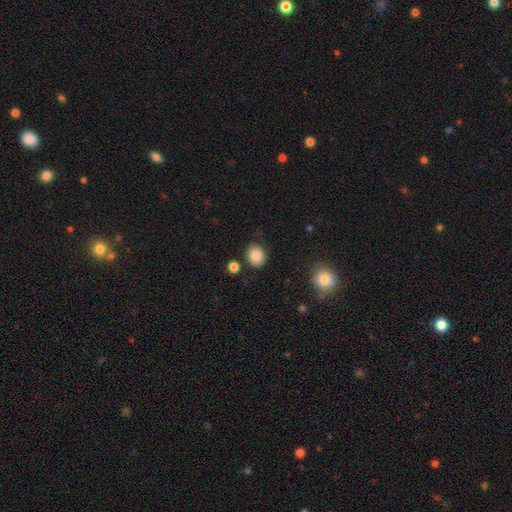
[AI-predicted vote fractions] The model was most divided on "how rounded": round: 62%, in between: 37%, cigar-shaped: 1%. More confident: smooth or featured — smooth (86%); merging — none (84%).